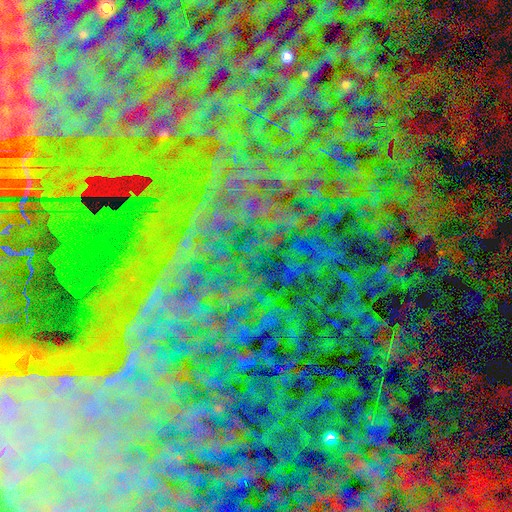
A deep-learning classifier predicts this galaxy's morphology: The model was most divided on "smooth or featured": star or artifact: 85%, smooth: 8%, featured or disk: 7%.